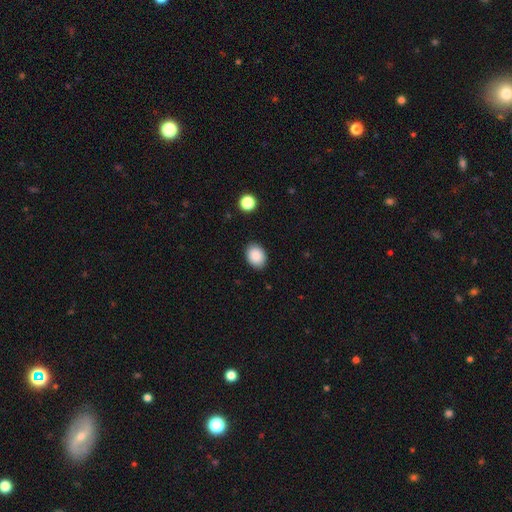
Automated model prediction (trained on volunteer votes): Q: Smooth or featured?
A: smooth (89%); runner-up: star or artifact (8%)
Q: How rounded?
A: in between (72%); runner-up: round (27%)
Q: Merging?
A: none (87%); runner-up: minor disturbance (10%)